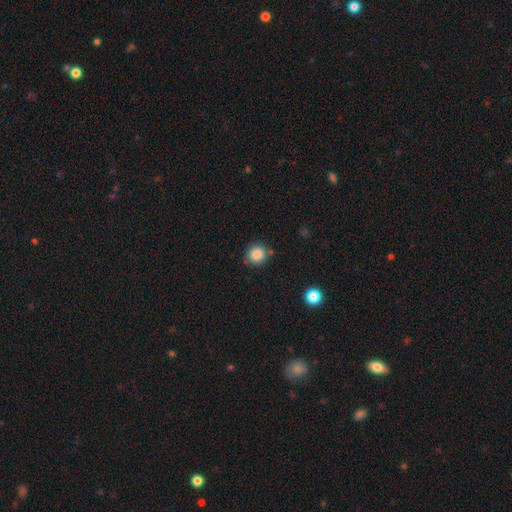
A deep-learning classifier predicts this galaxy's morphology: Smooth or featured? Predicted: smooth (p=0.86). How rounded? Predicted: round (p=0.91). Merging? Predicted: none (p=0.82).